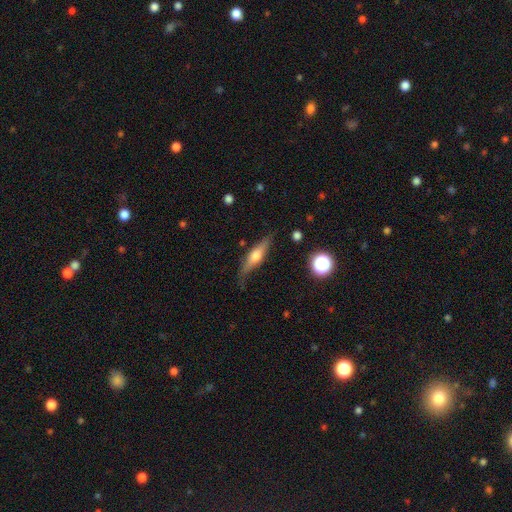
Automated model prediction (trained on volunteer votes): featured or disk 55%, smooth 37%, star or artifact 7%. Down the decision tree: edge-on disk — yes (93%); edge-on bulge — rounded (88%); merging — none (76%).